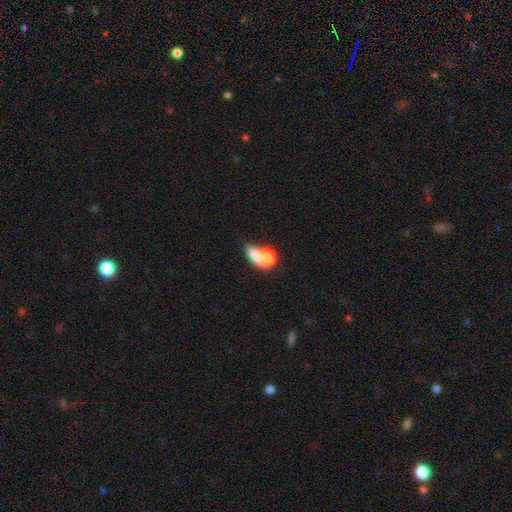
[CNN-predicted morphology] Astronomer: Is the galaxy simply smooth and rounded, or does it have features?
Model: smooth — 69%.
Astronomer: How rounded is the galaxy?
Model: in between — 64%.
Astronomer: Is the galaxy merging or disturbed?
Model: merger — 62%.